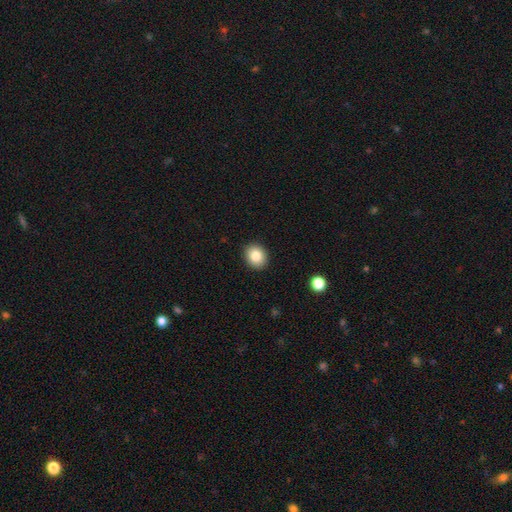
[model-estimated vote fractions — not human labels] Smooth or featured? smooth (83%)
How rounded? round (64%)
Merging? none (91%)